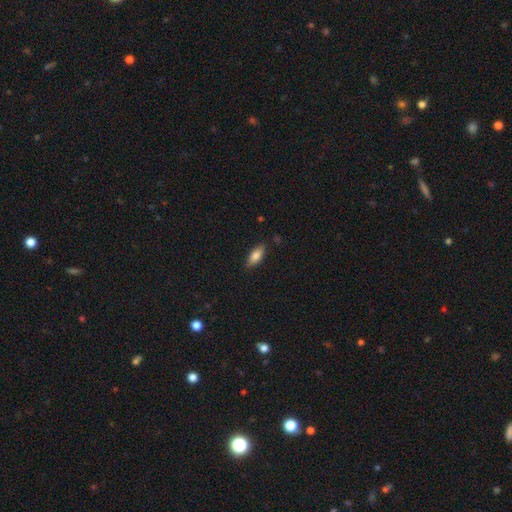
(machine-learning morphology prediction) smooth-or-featured: smooth: 80% | featured or disk: 13% | star or artifact: 7%
  how-rounded: in between: 77% | cigar-shaped: 21% | round: 2%
  merging: none: 84% | minor disturbance: 12% | major disturbance: 2% | merger: 1%